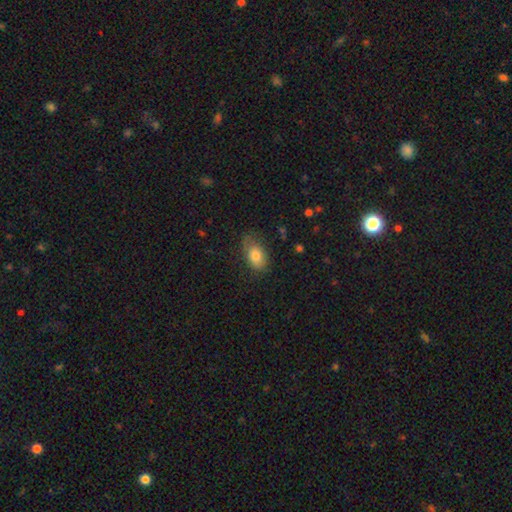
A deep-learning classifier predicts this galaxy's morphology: This appears to be a smooth galaxy with no disk features (79%) that is in between round and cigar-shaped (90%). Merging: none (65%).